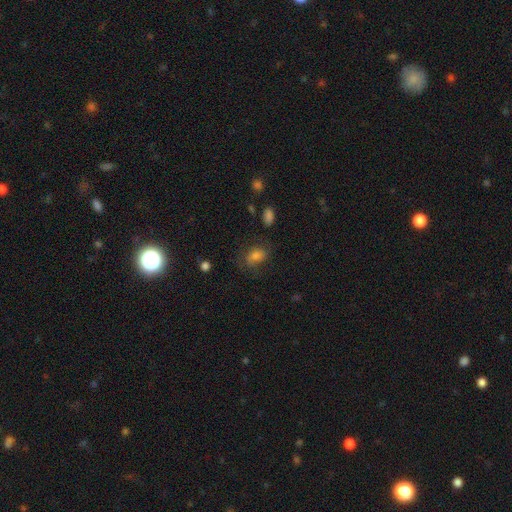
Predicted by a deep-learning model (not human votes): Smooth or featured?
  - smooth: 63% *
  - featured or disk: 21%
  - star or artifact: 16%
How rounded?
  - in between: 71% *
  - round: 27%
  - cigar-shaped: 2%
Merging?
  - none: 61% *
  - minor disturbance: 22%
  - major disturbance: 15%
  - merger: 2%